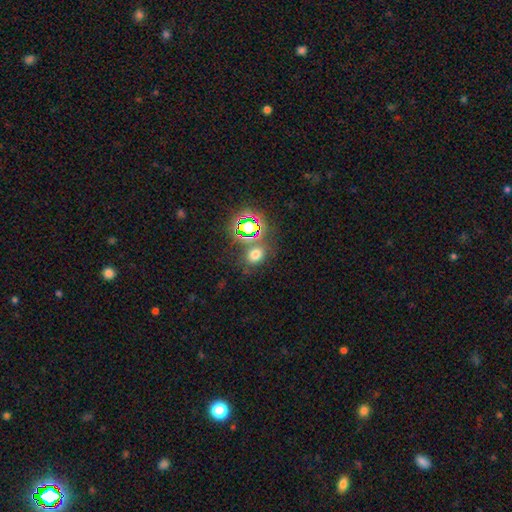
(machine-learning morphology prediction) The model was most divided on "smooth or featured": star or artifact: 53%, smooth: 36%, featured or disk: 11%.